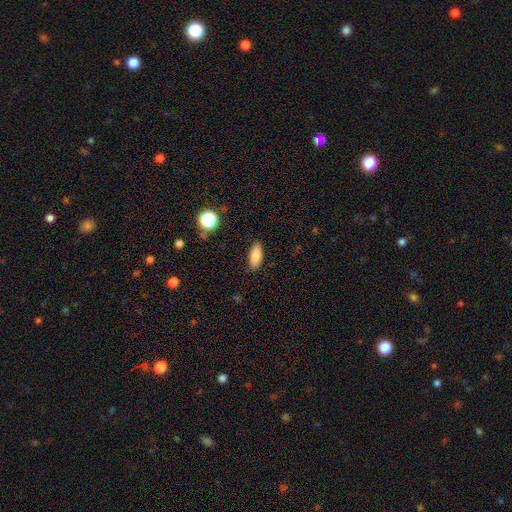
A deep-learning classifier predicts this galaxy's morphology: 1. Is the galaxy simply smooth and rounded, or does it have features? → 82% smooth, 9% featured or disk, 8% star or artifact.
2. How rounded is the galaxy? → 80% in between, 17% cigar-shaped, 3% round.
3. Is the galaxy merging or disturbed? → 85% none, 12% minor disturbance, 2% major disturbance, 1% merger.